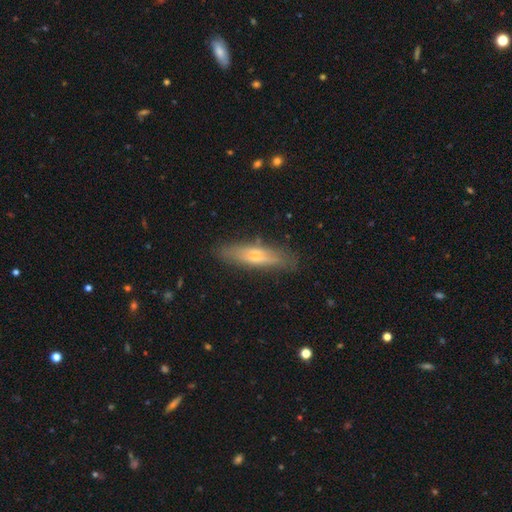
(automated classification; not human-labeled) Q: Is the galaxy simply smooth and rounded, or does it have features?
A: featured or disk — 49%.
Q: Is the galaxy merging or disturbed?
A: none — 84%.